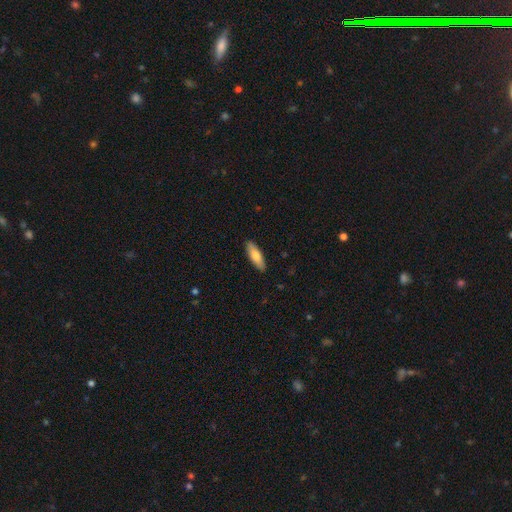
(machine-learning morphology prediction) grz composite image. It shows a smooth galaxy with no disk features (79%) that is in between round and cigar-shaped (55%). Merging: none (89%).